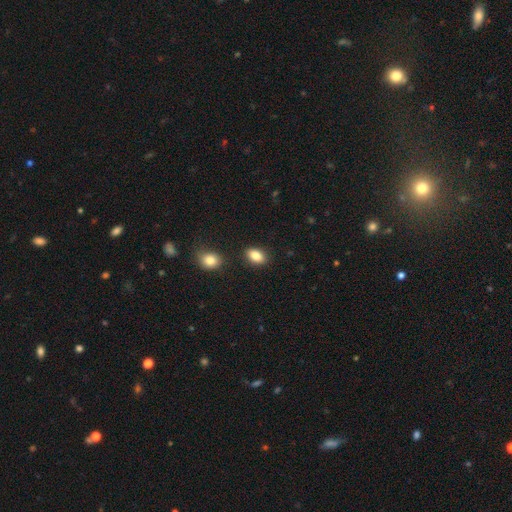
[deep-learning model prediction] Q: Smooth or featured?
A: smooth (86%); runner-up: star or artifact (8%)
Q: How rounded?
A: in between (87%); runner-up: round (11%)
Q: Merging?
A: none (84%); runner-up: minor disturbance (9%)